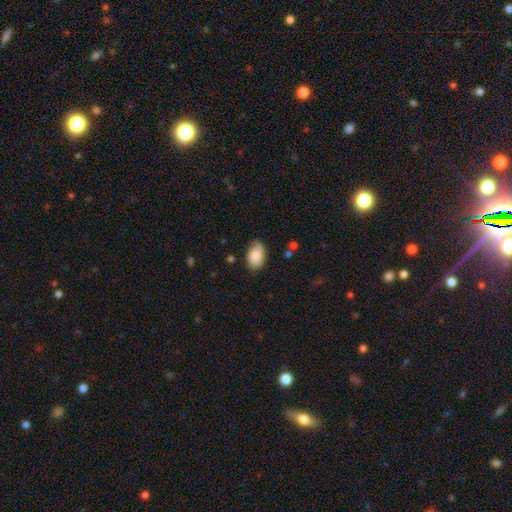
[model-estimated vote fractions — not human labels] This appears to be a smooth galaxy with no disk features (76%) that is in between round and cigar-shaped (90%). Merging: none (68%).